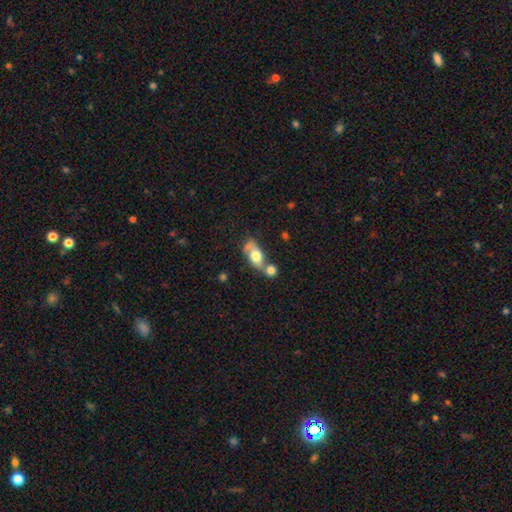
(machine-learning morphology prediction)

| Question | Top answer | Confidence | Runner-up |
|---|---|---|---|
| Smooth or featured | smooth | 63% | featured or disk (29%) |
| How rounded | in between | 77% | round (16%) |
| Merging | merger | 44% | none (34%) |